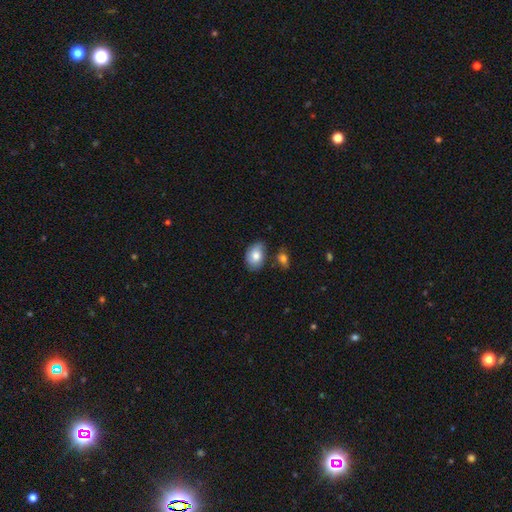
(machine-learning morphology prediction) type=smooth (78%); roundness=in between (81%); merging=none (65%).